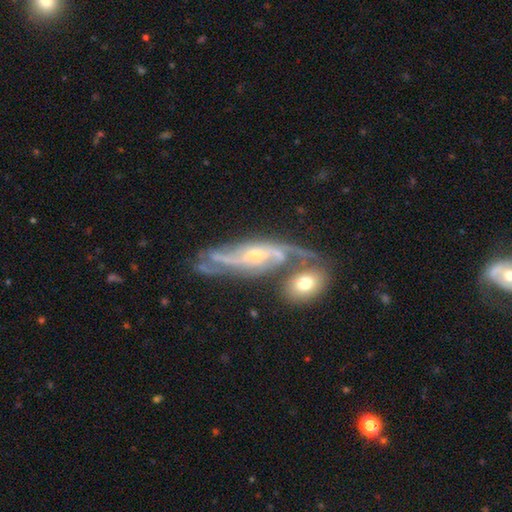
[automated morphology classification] Smooth or featured: featured or disk — 87% (smooth — 7%)
Edge-on disk: no — 83% (yes — 17%)
Bar: no — 40% (weak — 38%)
Spiral arms: yes — 96% (no — 4%)
Spiral winding: medium — 46% (loose — 30%)
Spiral arm count: 2 — 66% (can't tell — 13%)
Bulge size: small — 49% (moderate — 45%)
Merging: none — 48% (merger — 25%)